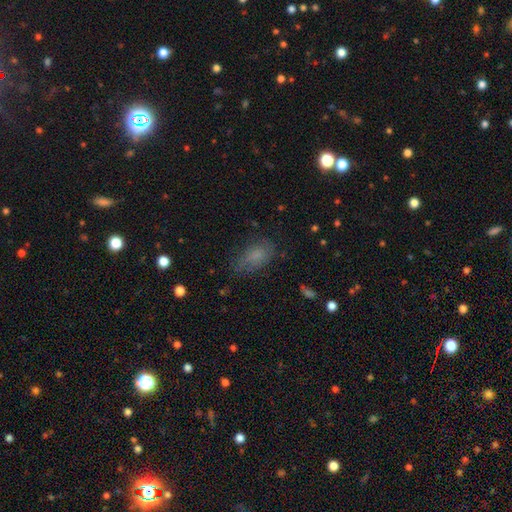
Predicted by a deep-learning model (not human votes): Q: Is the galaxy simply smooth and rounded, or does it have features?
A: smooth — 74%.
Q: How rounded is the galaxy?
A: in between — 87%.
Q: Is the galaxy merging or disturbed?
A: none — 60%.